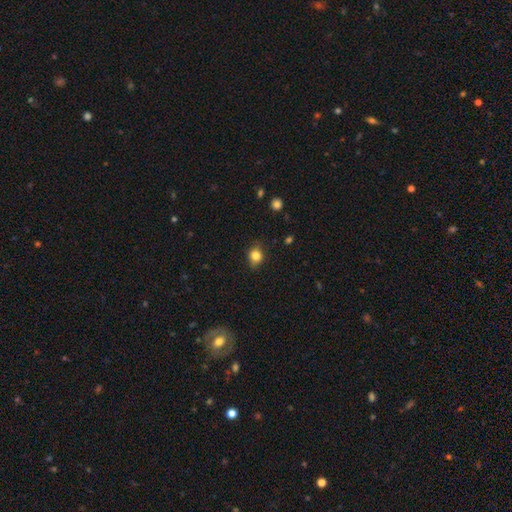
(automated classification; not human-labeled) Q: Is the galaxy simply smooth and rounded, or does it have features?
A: smooth — 81%.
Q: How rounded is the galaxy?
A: round — 62%.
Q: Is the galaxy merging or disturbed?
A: none — 77%.